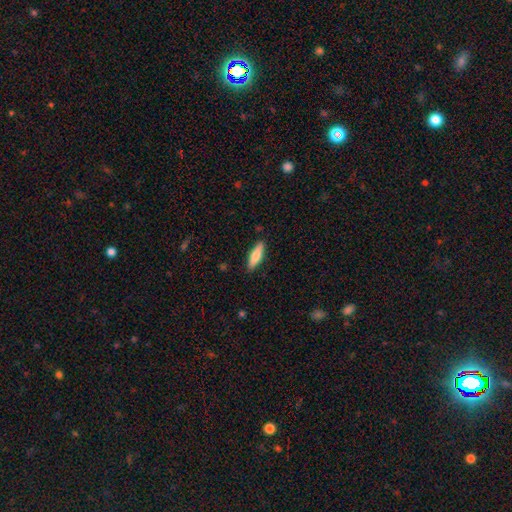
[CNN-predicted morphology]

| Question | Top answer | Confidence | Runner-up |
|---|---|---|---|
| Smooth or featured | smooth | 71% | featured or disk (23%) |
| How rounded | cigar-shaped | 59% | in between (39%) |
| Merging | none | 89% | minor disturbance (8%) |